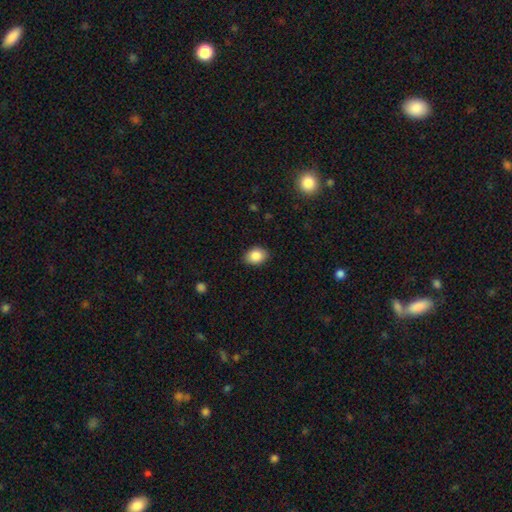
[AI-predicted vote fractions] smooth-or-featured: smooth: 86% | star or artifact: 8% | featured or disk: 6%
  how-rounded: in between: 72% | round: 27% | cigar-shaped: 1%
  merging: none: 87% | minor disturbance: 10% | major disturbance: 2% | merger: 1%